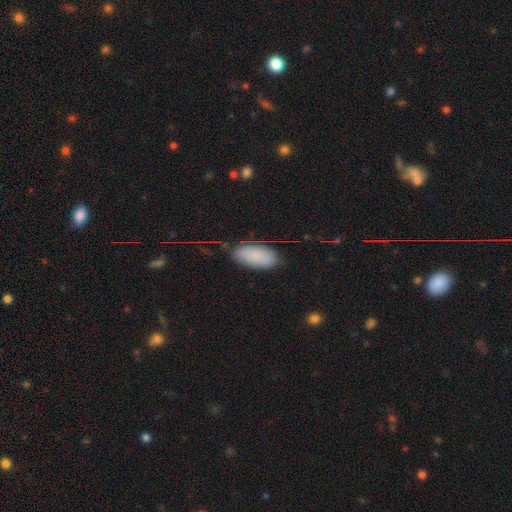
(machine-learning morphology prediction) Smooth or featured?
  - smooth: 85% *
  - star or artifact: 8%
  - featured or disk: 7%
How rounded?
  - in between: 91% *
  - cigar-shaped: 7%
  - round: 2%
Merging?
  - none: 82% *
  - minor disturbance: 13%
  - major disturbance: 3%
  - merger: 2%